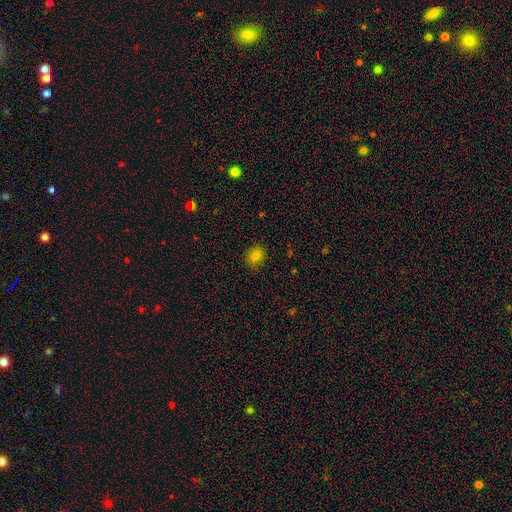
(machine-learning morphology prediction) smooth_or_featured: smooth (p=0.80) [alt: star or artifact p=0.13]
how_rounded: round (p=0.56) [alt: in between p=0.43]
merging: none (p=0.87) [alt: minor disturbance p=0.10]